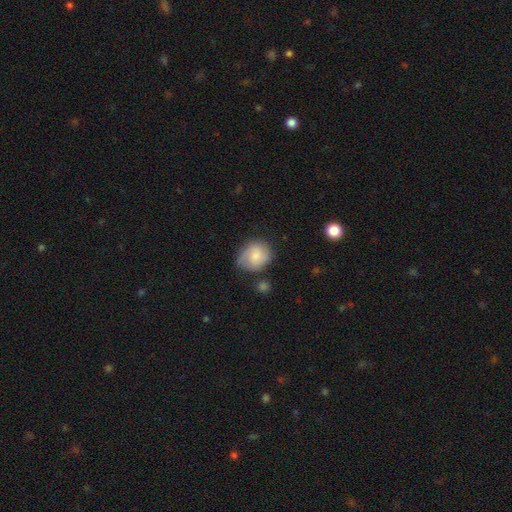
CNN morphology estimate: A smooth galaxy with no disk features (72%) that is round (66%). Merging: none (58%).